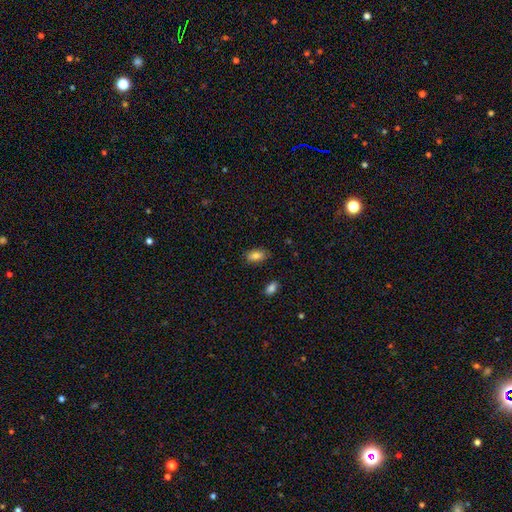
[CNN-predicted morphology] This is clearly a smooth galaxy (84%). How rounded: clearly in between (91%). Merging: clearly none (81%).